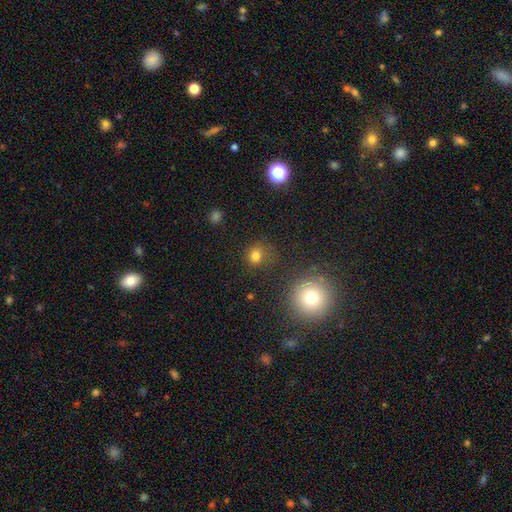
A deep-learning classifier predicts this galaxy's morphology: Q: Smooth or featured?
A: smooth (76%); runner-up: star or artifact (17%)
Q: How rounded?
A: round (76%); runner-up: in between (23%)
Q: Merging?
A: none (73%); runner-up: minor disturbance (15%)